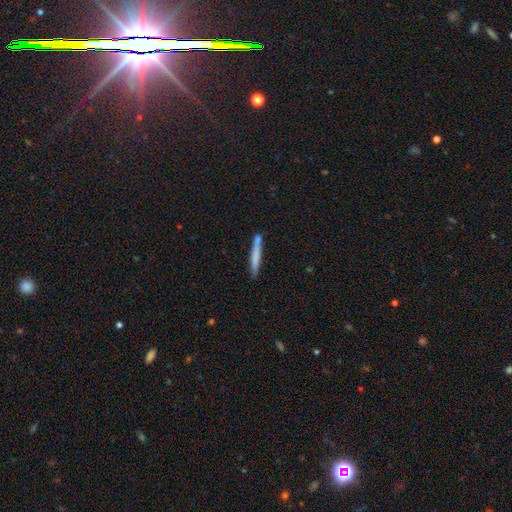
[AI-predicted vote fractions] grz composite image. It shows a smooth galaxy with no disk features (72%) that is cigar-shaped (95%). Merging: none (71%).